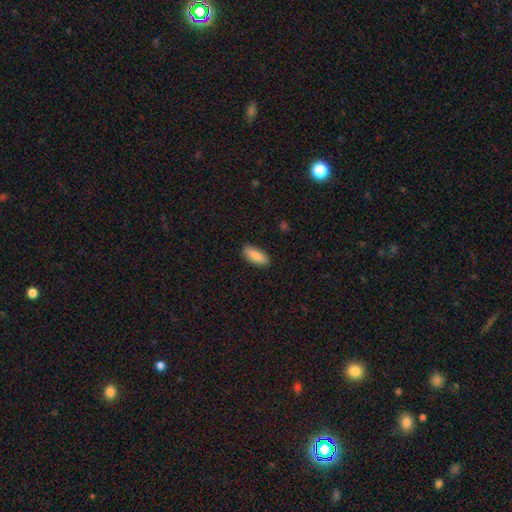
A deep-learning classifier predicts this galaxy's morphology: Smooth or featured? Predicted: smooth (p=0.88). How rounded? Predicted: in between (p=0.80). Merging? Predicted: none (p=0.88).